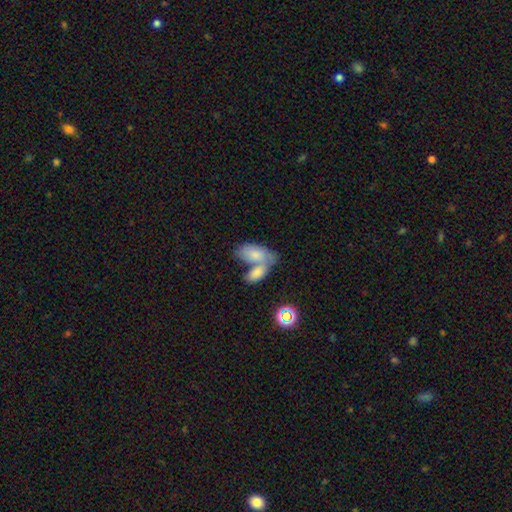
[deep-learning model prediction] Morphology: type=smooth (73%); roundness=in between (93%); merging=merger (64%).